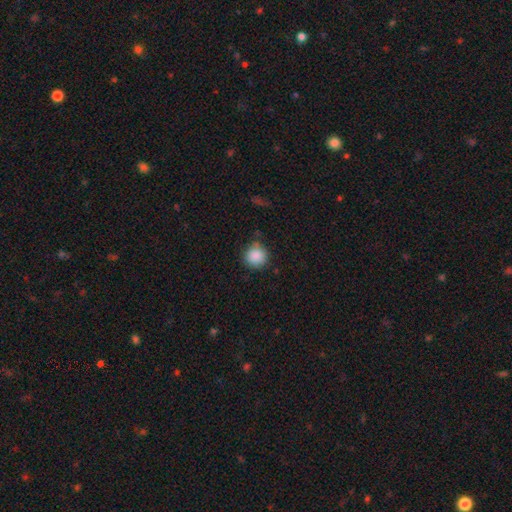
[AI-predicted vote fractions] Overall: smooth (88%). How rounded: round (93%). Merging: none (80%).